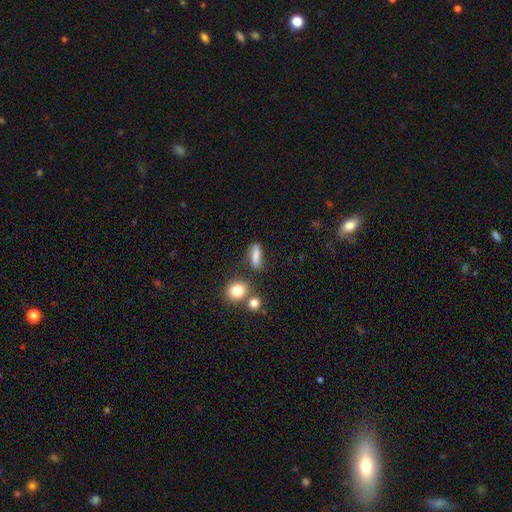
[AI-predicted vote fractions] Overall: smooth (70%). How rounded: cigar-shaped (44%, tied with in between). Merging: none (61%; minor disturbance 21%).